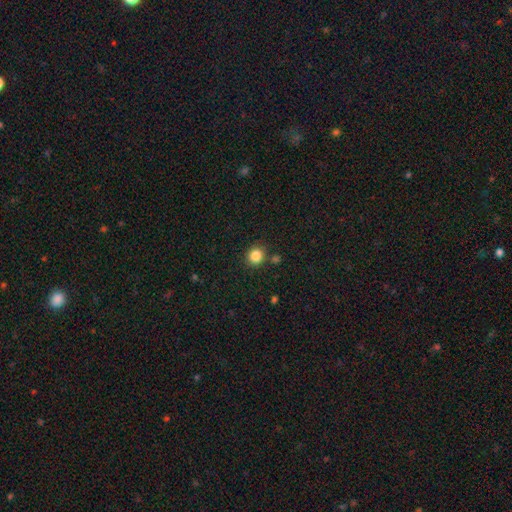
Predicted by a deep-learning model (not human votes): smooth 86%, star or artifact 11%, featured or disk 4%. Down the decision tree: how rounded — round (86%); merging — none (83%).